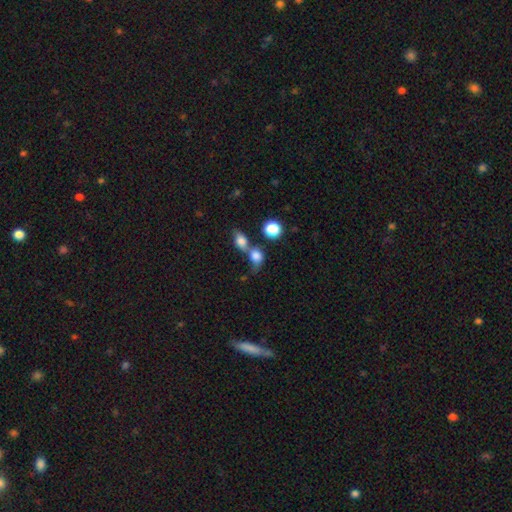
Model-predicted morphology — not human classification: Overall: smooth (79%). How rounded: round (51%; in between 46%). Merging: merger (54%; none 28%).